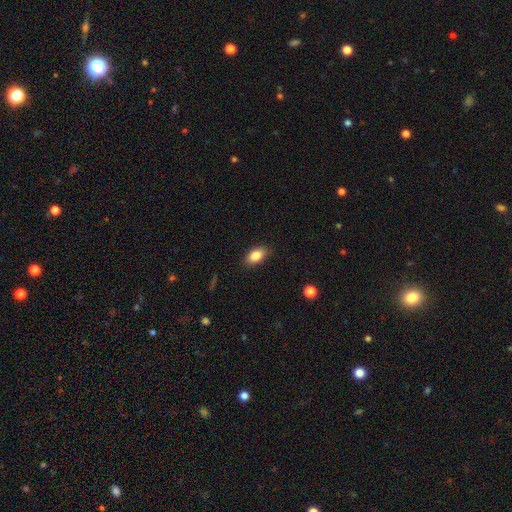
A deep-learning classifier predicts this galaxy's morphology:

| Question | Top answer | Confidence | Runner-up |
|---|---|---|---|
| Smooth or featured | smooth | 85% | star or artifact (8%) |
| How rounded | in between | 90% | round (7%) |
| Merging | none | 86% | minor disturbance (11%) |